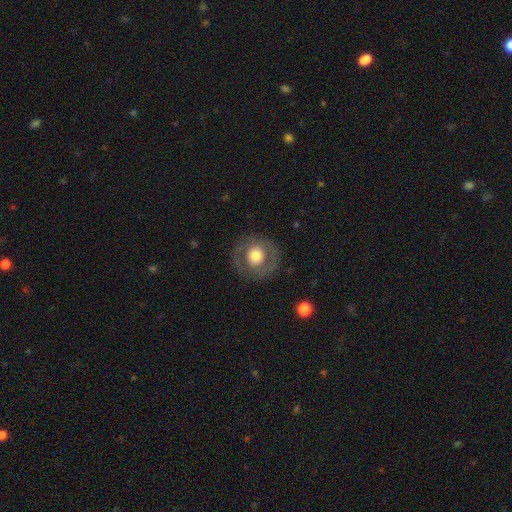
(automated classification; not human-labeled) smooth_or_featured: smooth (p=0.54) [alt: featured or disk p=0.39]
how_rounded: round (p=0.91) [alt: in between p=0.08]
merging: none (p=0.80) [alt: minor disturbance p=0.11]